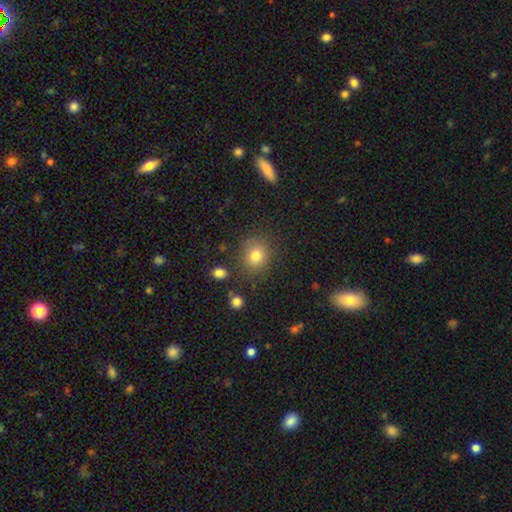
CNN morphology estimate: Q: Smooth or featured?
A: smooth (80%); runner-up: star or artifact (13%)
Q: How rounded?
A: round (72%); runner-up: in between (27%)
Q: Merging?
A: none (82%); runner-up: minor disturbance (11%)